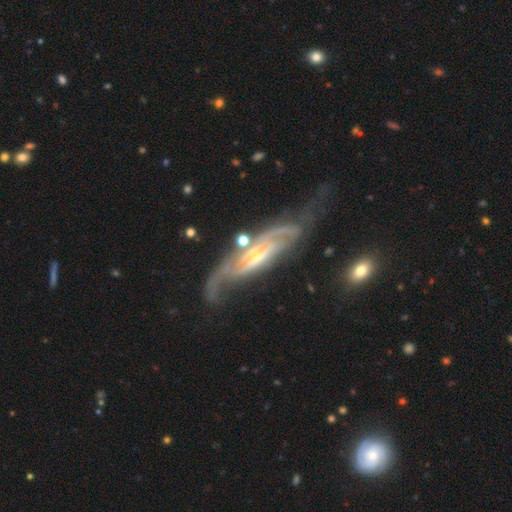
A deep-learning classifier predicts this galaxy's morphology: The model was most divided on "spiral winding": medium: 41%, tight: 40%, loose: 18%. Remaining: spiral arms — yes (94%); smooth or featured — featured or disk (86%); edge-on disk — no (79%); bulge size — small (65%); spiral arm count — 2 (56%); merging — none (53%); bar — no (42%).